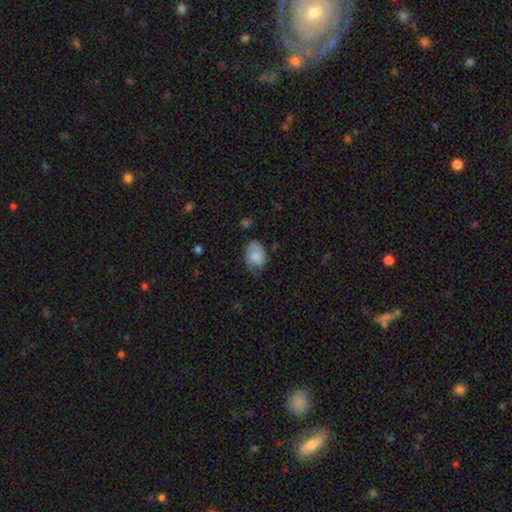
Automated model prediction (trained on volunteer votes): Smooth or featured? smooth (64%)
How rounded? in between (75%)
Merging? none (48%)